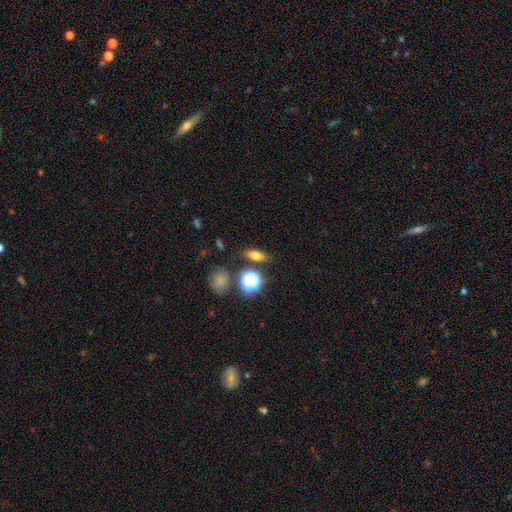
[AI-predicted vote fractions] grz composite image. It shows a smooth galaxy with no disk features (70%) that is in between round and cigar-shaped (66%). Merging: none (80%).